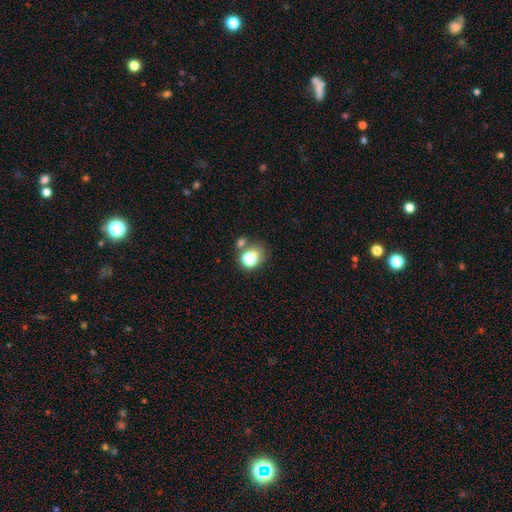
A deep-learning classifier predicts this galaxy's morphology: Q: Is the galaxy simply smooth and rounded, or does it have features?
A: smooth — 70%.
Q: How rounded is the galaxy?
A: round — 64%.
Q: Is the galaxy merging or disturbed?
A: none — 68%.